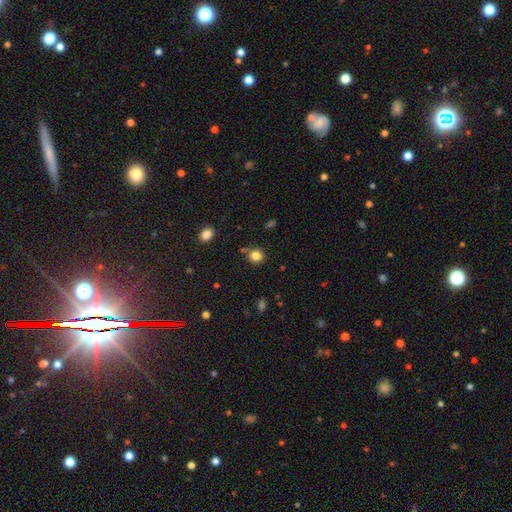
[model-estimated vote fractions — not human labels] Morphology: type=smooth (82%); roundness=round (86%); merging=none (79%).